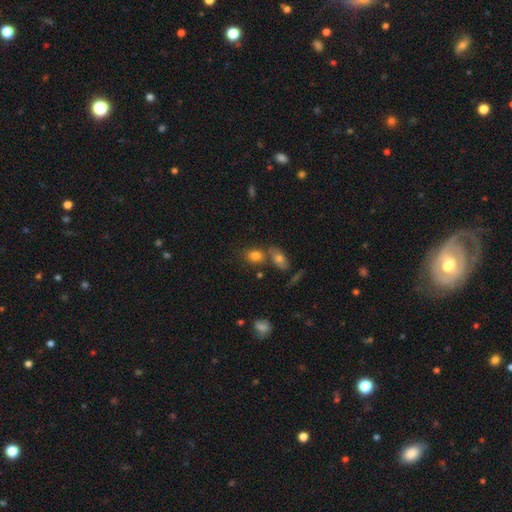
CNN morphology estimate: Overall: smooth (78%). How rounded: in between (59%; round 39%). Merging: none (52%; merger 31%).